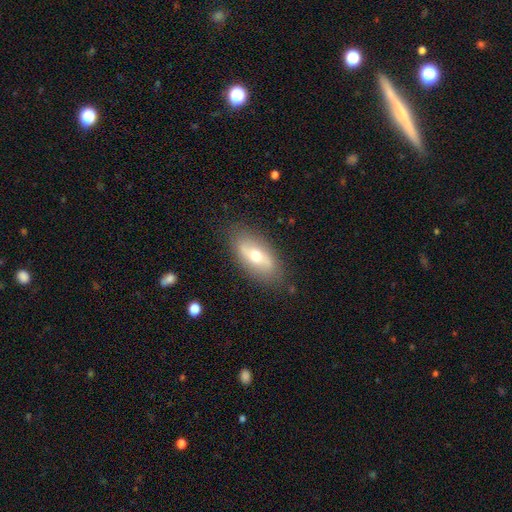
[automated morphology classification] featured or disk 49%, smooth 44%, star or artifact 7%. Down the decision tree: merging — none (84%).